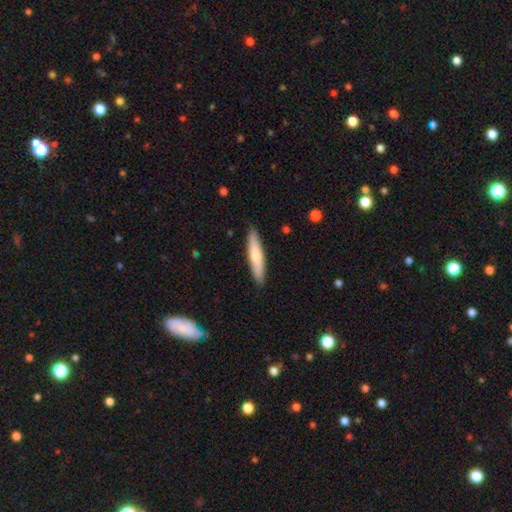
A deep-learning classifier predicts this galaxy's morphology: The model was most divided on "smooth or featured": smooth: 67%, featured or disk: 28%, star or artifact: 5%. More confident: merging — none (89%); how rounded — cigar-shaped (86%).